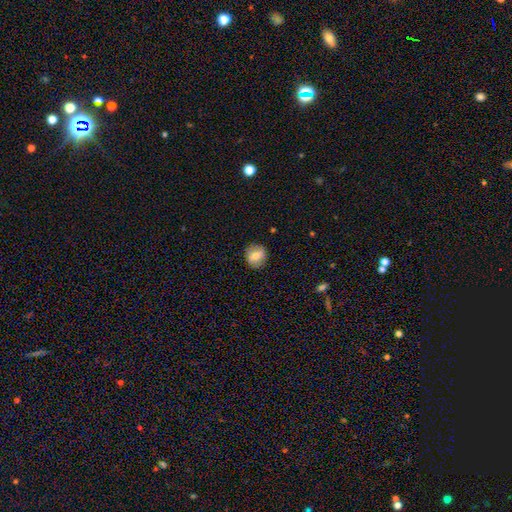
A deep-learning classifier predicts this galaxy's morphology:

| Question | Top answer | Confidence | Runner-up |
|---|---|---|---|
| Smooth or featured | smooth | 69% | featured or disk (23%) |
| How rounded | round | 80% | in between (18%) |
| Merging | none | 86% | minor disturbance (10%) |